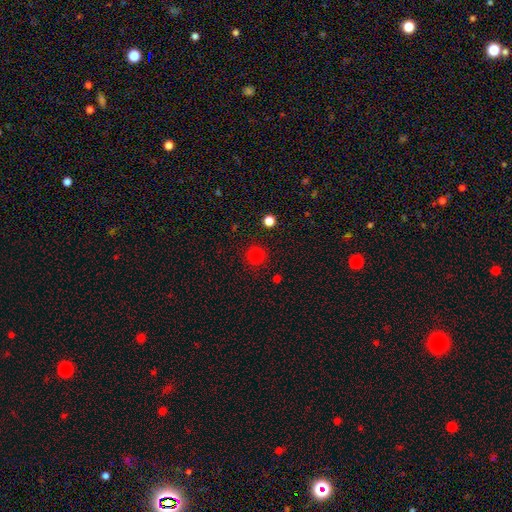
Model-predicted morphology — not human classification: Q: Smooth or featured?
A: smooth (81%); runner-up: star or artifact (16%)
Q: How rounded?
A: round (94%); runner-up: in between (5%)
Q: Merging?
A: none (90%); runner-up: minor disturbance (6%)